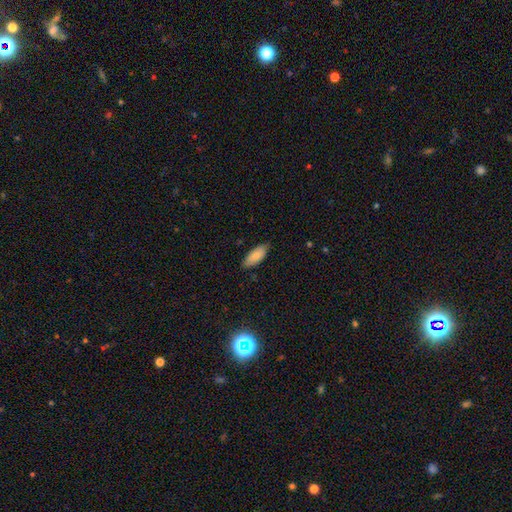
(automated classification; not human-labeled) A smooth galaxy with no disk features (85%) that is in between round and cigar-shaped (80%). Merging: none (82%).